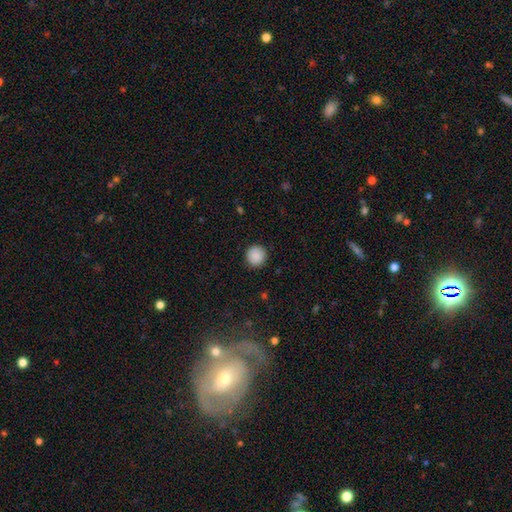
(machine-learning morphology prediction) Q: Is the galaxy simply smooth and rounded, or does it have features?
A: smooth — 89%.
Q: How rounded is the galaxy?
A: round — 95%.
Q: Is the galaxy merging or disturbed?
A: none — 92%.